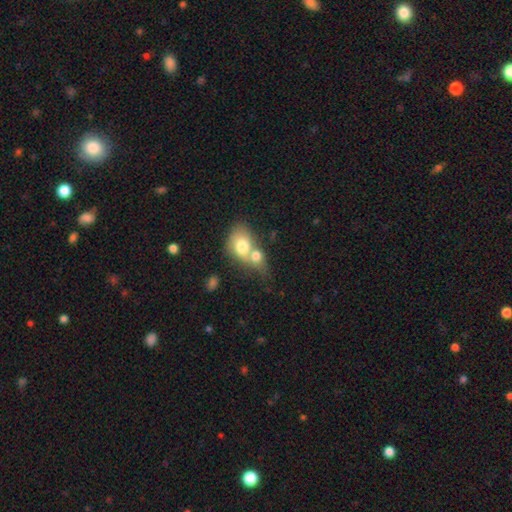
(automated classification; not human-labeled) smooth_or_featured: smooth (p=0.72) [alt: featured or disk p=0.21]
how_rounded: in between (p=0.61) [alt: round p=0.37]
merging: merger (p=0.74) [alt: none p=0.15]